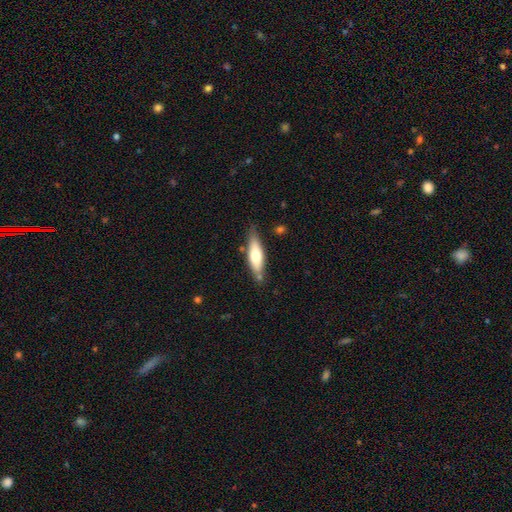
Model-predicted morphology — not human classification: smooth 61%, featured or disk 34%, star or artifact 6%. Down the decision tree: how rounded — cigar-shaped (51%); merging — none (75%).